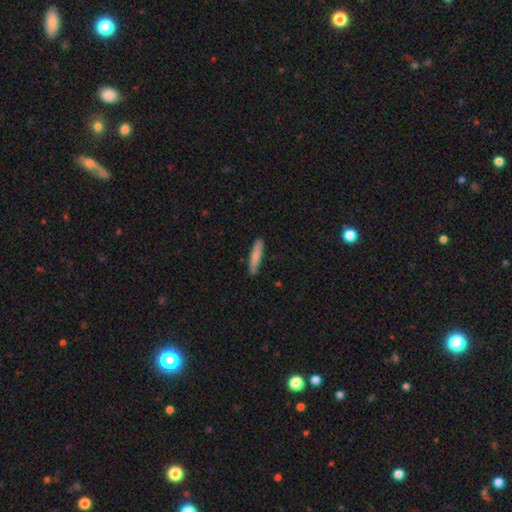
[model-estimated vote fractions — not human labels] Morphology: type=smooth (81%); roundness=cigar-shaped (86%); merging=none (87%).